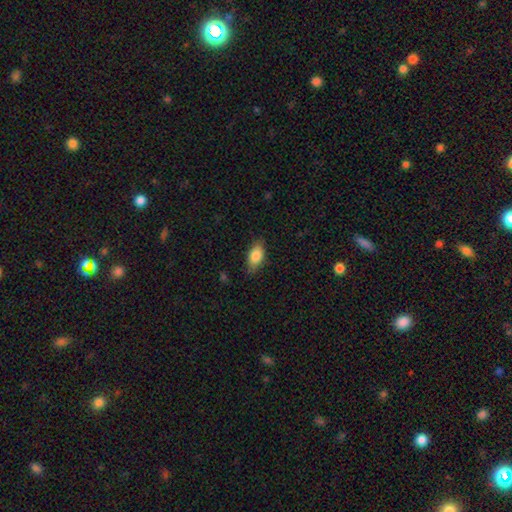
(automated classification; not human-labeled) A smooth galaxy with no disk features (83%) that is in between round and cigar-shaped (89%).

Vote fractions:
- Smooth or featured? smooth: 83% / featured or disk: 9% / star or artifact: 7%
- How rounded? in between: 89% / cigar-shaped: 6% / round: 5%
- Merging? none: 80% / minor disturbance: 16% / major disturbance: 3% / merger: 1%